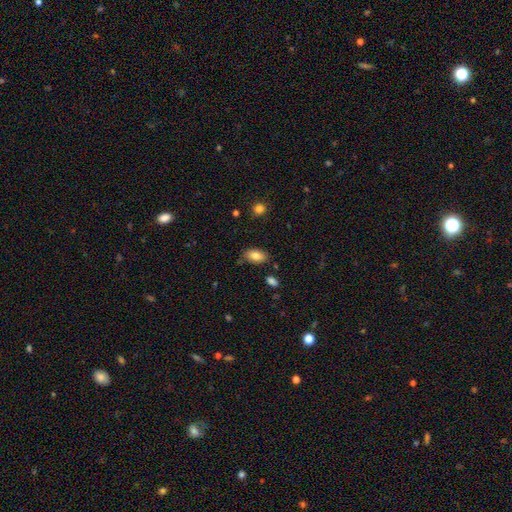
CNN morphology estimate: This appears to be a smooth galaxy with no disk features (82%) that is in between round and cigar-shaped (92%). Merging: none (80%).